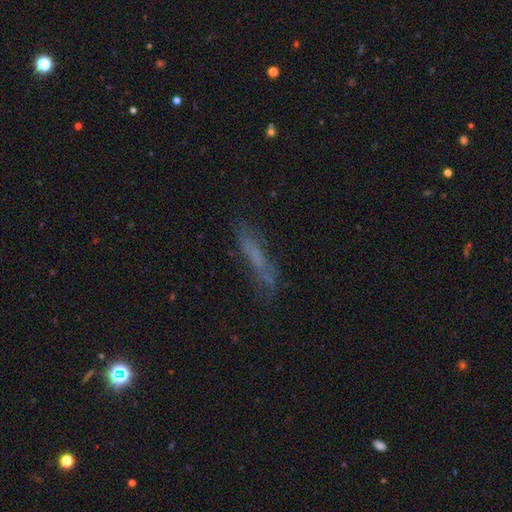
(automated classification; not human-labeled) Smooth or featured? smooth (52%)
How rounded? cigar-shaped (84%)
Merging? none (63%)